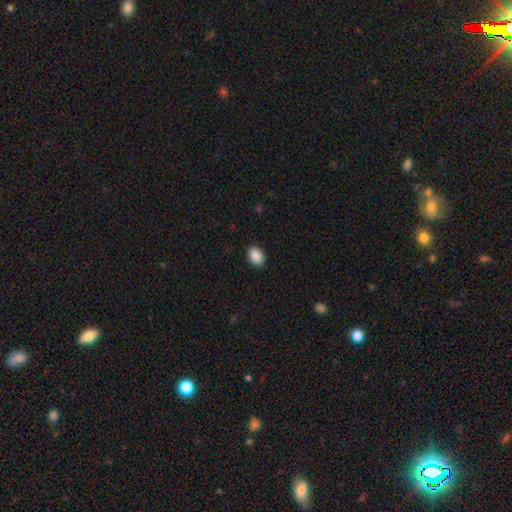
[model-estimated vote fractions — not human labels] The model was most divided on "how rounded": in between: 76%, round: 23%, cigar-shaped: 1%. More confident: smooth or featured — smooth (90%); merging — none (89%).